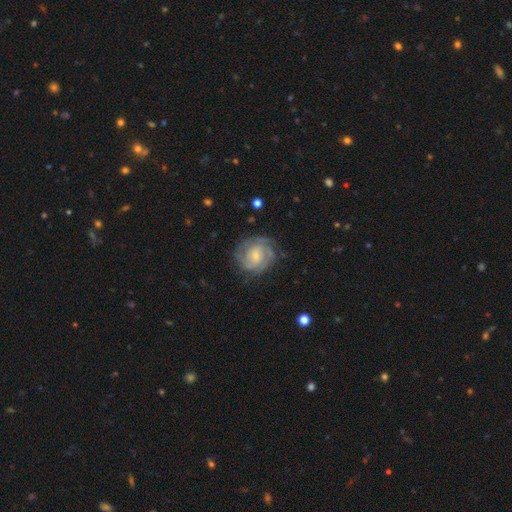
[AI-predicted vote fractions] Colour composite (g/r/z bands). It shows a featured or disk galaxy (77%) with no bar (61%), tight (66%) spiral arms (92%) and a small central bulge (58%). Merging: none (72%).